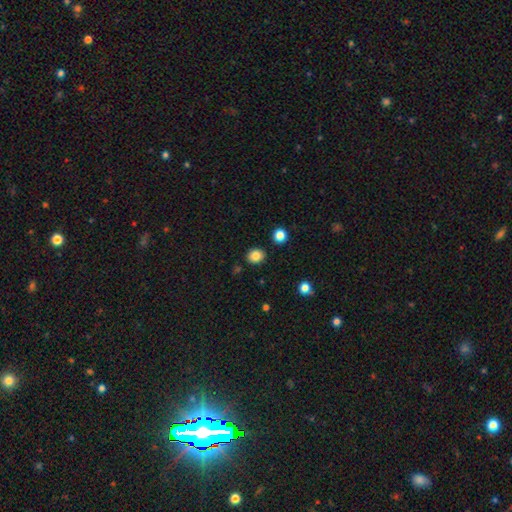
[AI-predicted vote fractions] Smooth or featured?
  - smooth: 84% *
  - star or artifact: 11%
  - featured or disk: 5%
How rounded?
  - round: 64% *
  - in between: 35%
  - cigar-shaped: 1%
Merging?
  - none: 87% *
  - minor disturbance: 8%
  - merger: 3%
  - major disturbance: 2%